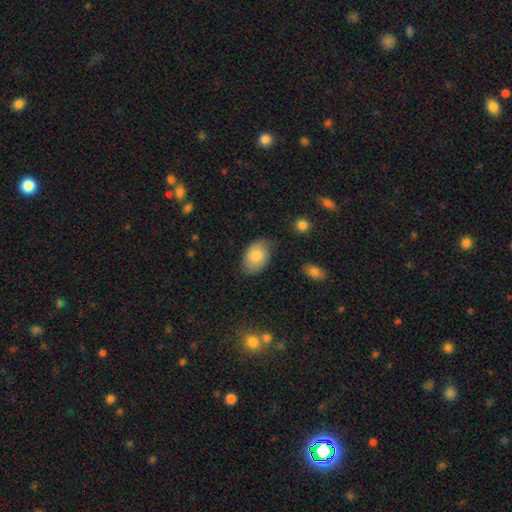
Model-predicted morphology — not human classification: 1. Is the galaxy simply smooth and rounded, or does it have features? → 80% smooth, 13% featured or disk, 7% star or artifact.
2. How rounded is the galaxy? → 88% in between, 11% round, 1% cigar-shaped.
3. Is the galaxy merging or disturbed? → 73% none, 21% minor disturbance, 4% major disturbance, 2% merger.